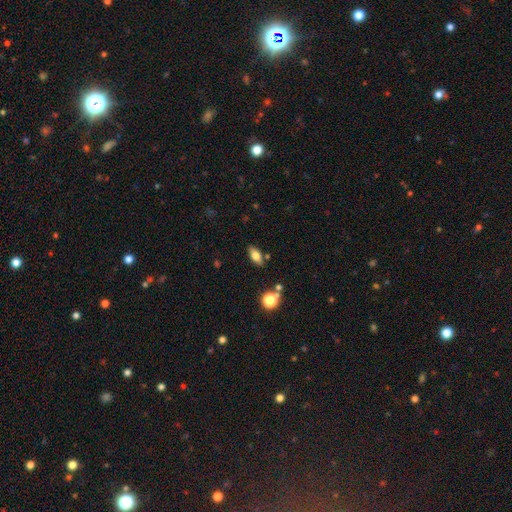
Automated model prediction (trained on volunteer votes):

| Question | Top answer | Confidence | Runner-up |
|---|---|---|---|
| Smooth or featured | smooth | 69% | featured or disk (21%) |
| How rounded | in between | 83% | cigar-shaped (12%) |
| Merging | none | 82% | minor disturbance (11%) |